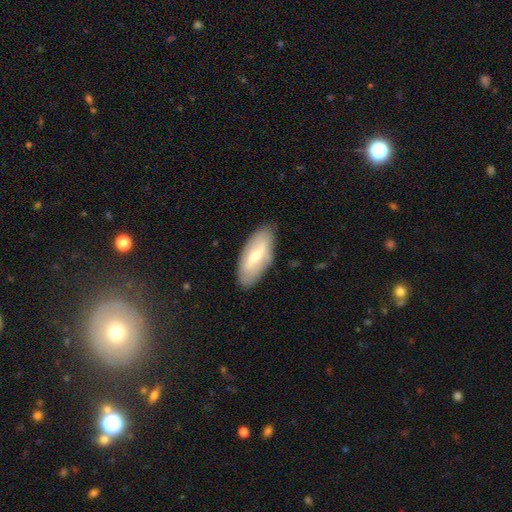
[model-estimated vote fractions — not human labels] A featured or disk galaxy (48%).

Vote fractions:
- Smooth or featured? featured or disk: 48% / smooth: 46% / star or artifact: 6%
- Merging? none: 83% / minor disturbance: 13% / major disturbance: 3% / merger: 1%